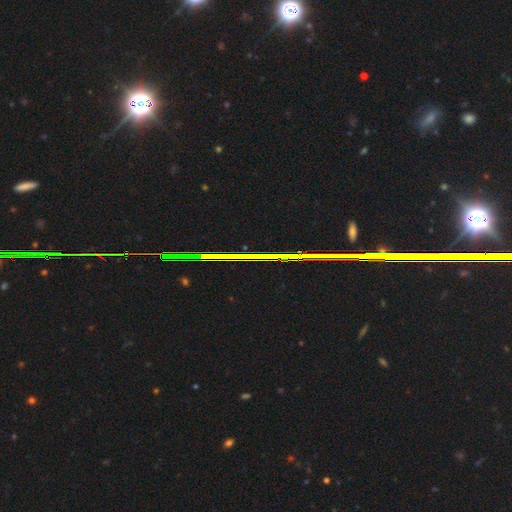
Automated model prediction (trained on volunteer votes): This is clearly a star or artifact rather than a galaxy (84%).